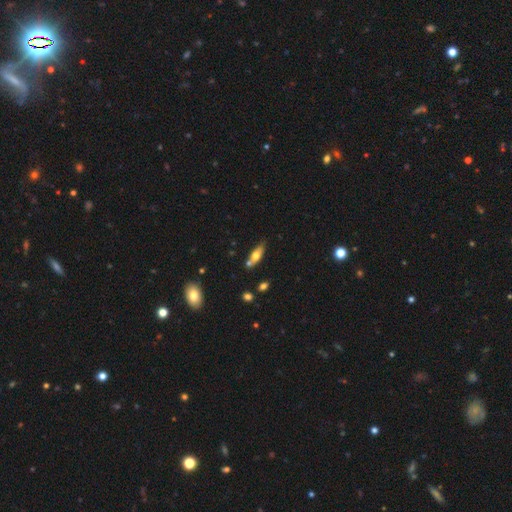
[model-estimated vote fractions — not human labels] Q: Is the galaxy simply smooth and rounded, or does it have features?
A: smooth — 61%.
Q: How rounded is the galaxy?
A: in between — 63%.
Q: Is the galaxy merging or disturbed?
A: none — 63%.